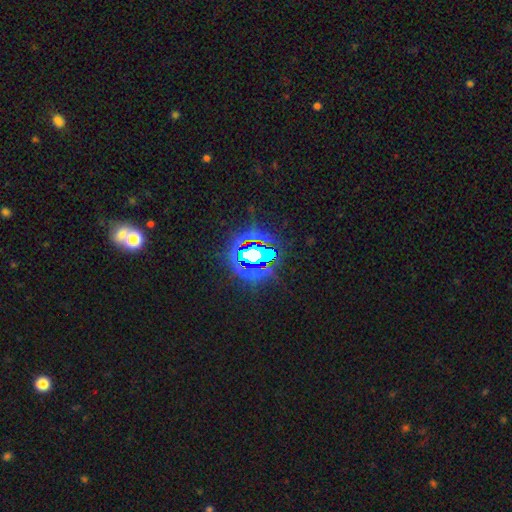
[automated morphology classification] Smooth or featured?
  - star or artifact: 74% *
  - smooth: 13%
  - featured or disk: 13%